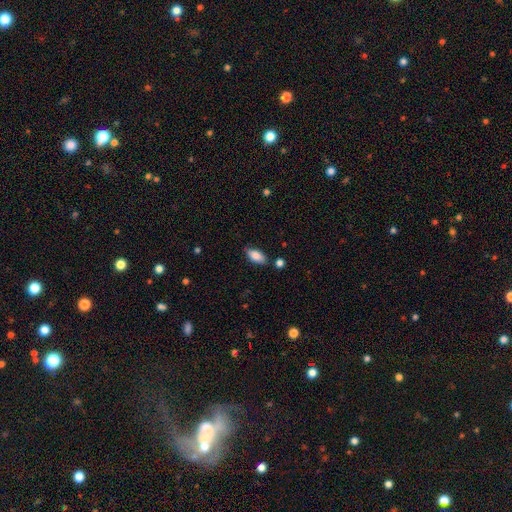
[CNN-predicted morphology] type=smooth (86%); roundness=in between (90%); merging=none (81%).